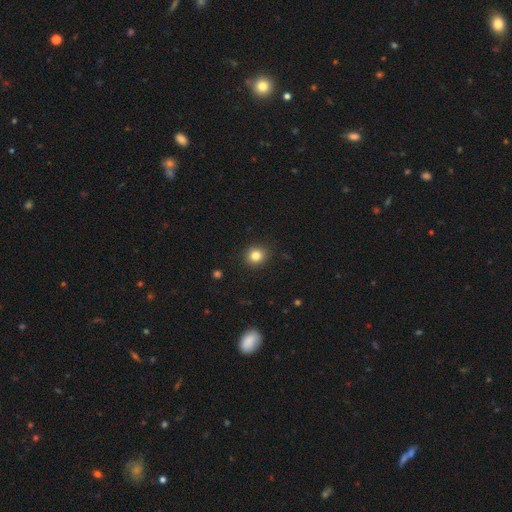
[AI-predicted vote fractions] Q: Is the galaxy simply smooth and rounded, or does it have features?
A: smooth — 83%.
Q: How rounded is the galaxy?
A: round — 85%.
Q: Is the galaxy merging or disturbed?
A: none — 91%.